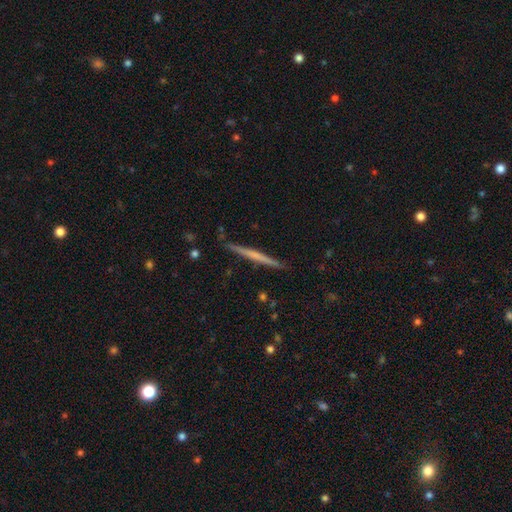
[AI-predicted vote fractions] Overall: featured or disk (56%; smooth 39%). Edge-on disk: yes (98%). Edge-on bulge: none (78%). Merging: none (89%).